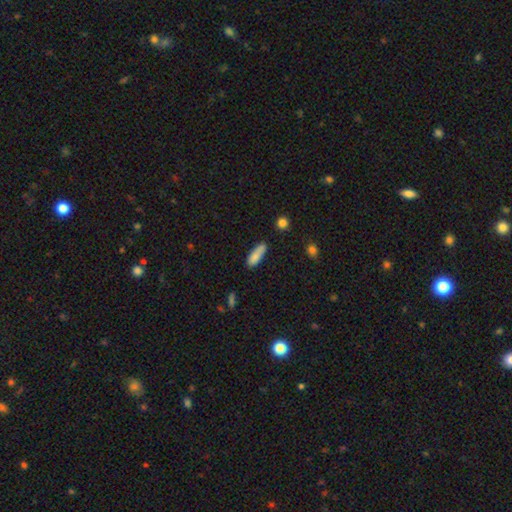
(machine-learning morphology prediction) Smooth or featured: smooth — 85% (featured or disk — 8%)
How rounded: in between — 51% (cigar-shaped — 47%)
Merging: none — 65% (minor disturbance — 25%)